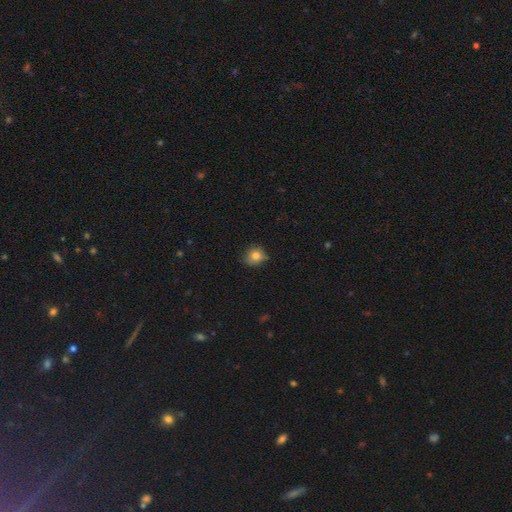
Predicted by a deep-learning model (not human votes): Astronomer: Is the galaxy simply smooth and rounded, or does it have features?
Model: smooth — 81%.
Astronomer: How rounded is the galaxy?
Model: round — 77%.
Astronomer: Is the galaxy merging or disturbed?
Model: none — 70%.